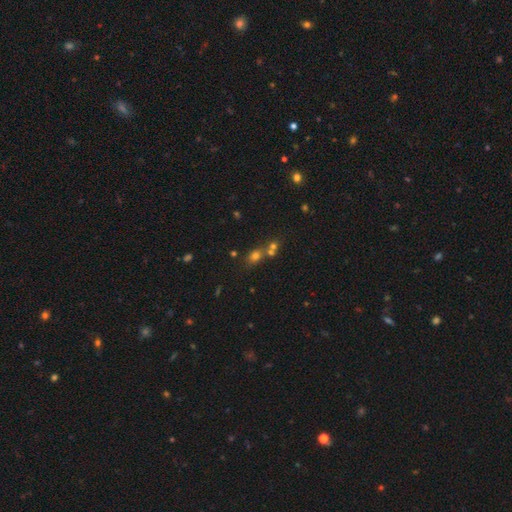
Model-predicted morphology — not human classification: Smooth or featured: smooth — 58% (star or artifact — 28%)
How rounded: round — 68% (in between — 29%)
Merging: none — 51% (merger — 37%)